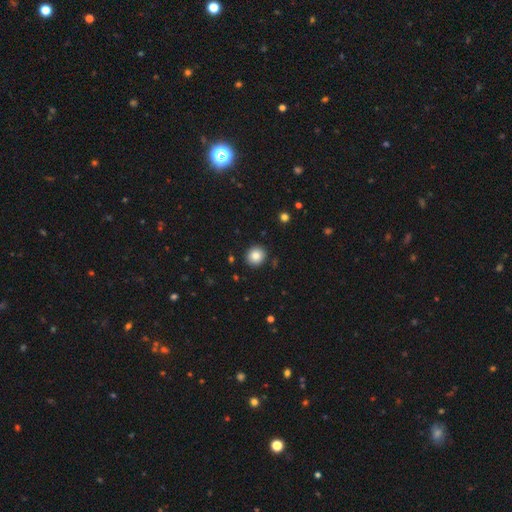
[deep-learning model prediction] Smooth or featured? smooth (85%)
How rounded? round (89%)
Merging? none (91%)